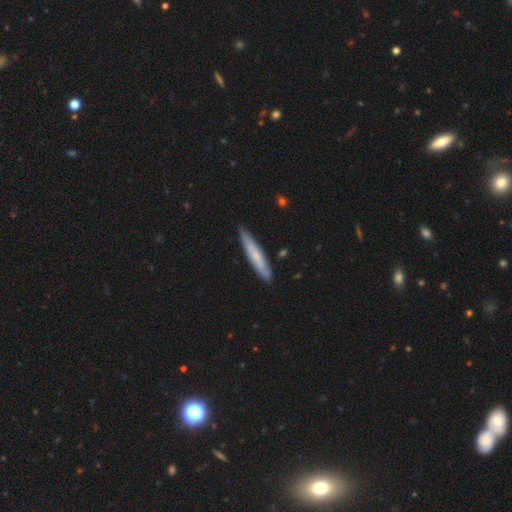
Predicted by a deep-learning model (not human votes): Overall: smooth (59%; featured or disk 35%). How rounded: cigar-shaped (92%). Merging: none (84%).